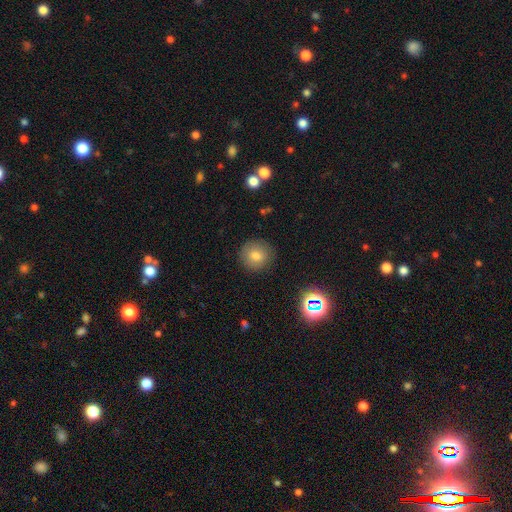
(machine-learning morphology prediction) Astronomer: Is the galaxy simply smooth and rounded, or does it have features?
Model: smooth — 77%.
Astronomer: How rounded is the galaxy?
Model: round — 93%.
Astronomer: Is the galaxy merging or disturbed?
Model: none — 88%.